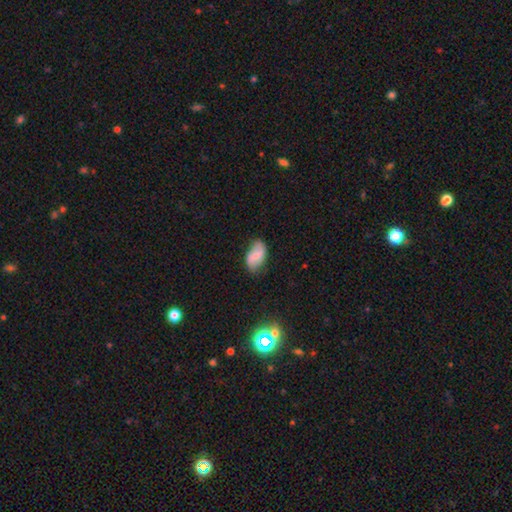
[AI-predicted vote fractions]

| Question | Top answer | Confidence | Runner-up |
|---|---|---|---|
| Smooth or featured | smooth | 53% | featured or disk (38%) |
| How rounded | in between | 92% | round (6%) |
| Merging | none | 69% | minor disturbance (24%) |